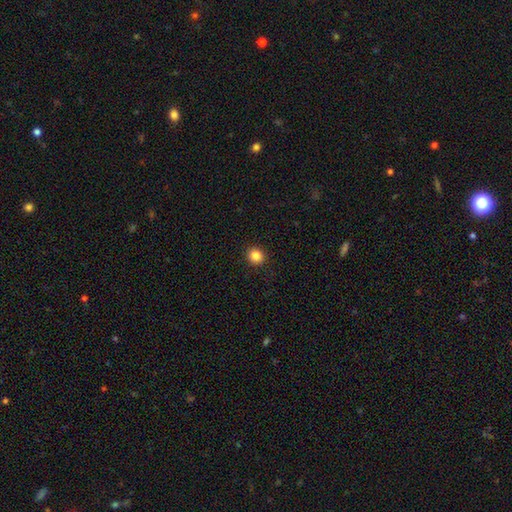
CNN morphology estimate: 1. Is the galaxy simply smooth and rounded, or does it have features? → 85% smooth, 11% star or artifact, 4% featured or disk.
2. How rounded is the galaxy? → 86% round, 13% in between, 1% cigar-shaped.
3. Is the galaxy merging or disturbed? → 92% none, 5% minor disturbance, 2% major disturbance, 1% merger.